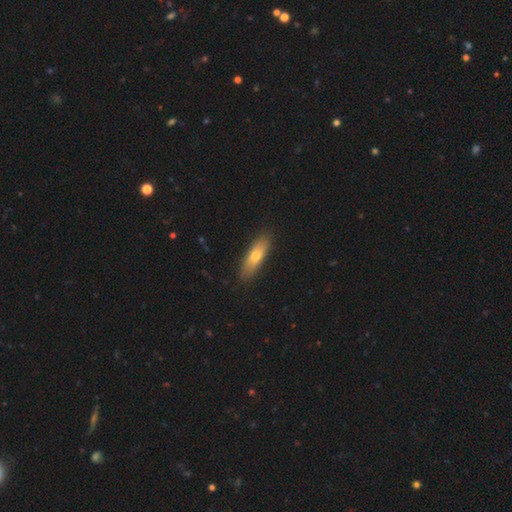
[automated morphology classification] A smooth galaxy with no disk features (65%) that is cigar-shaped (52%). Merging: none (87%).